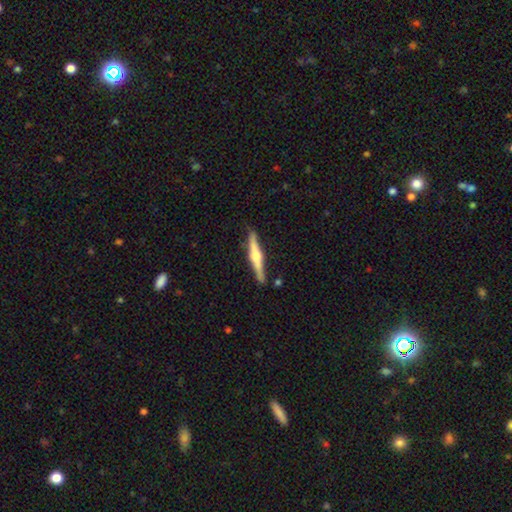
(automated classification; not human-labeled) This appears to be a featured or disk galaxy (71%) viewed edge-on (98%) with a rounded central bulge (91%). Merging: none (85%).